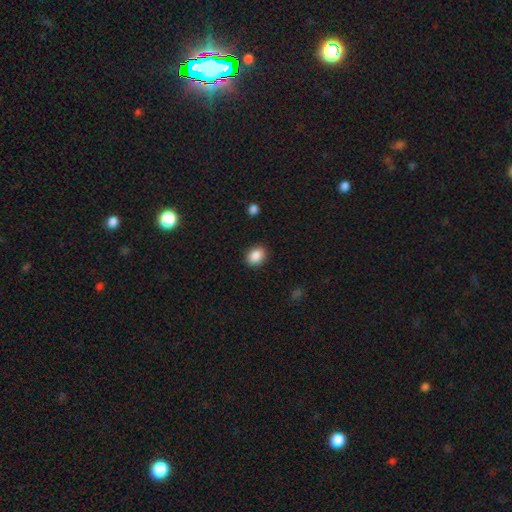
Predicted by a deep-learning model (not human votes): smooth 88%, star or artifact 8%, featured or disk 4%. Down the decision tree: how rounded — in between (56%); merging — none (89%).